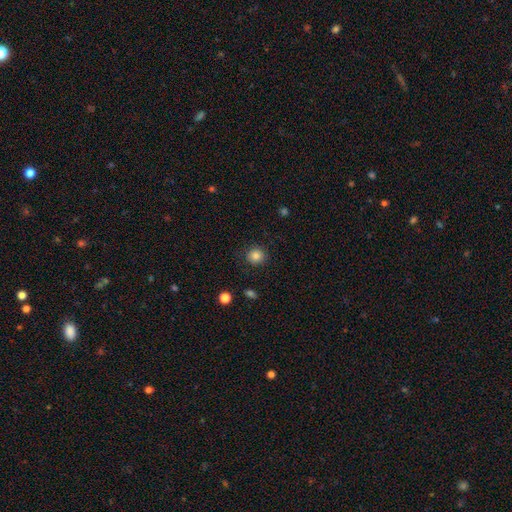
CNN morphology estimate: type=smooth (85%); roundness=round (91%); merging=none (88%).